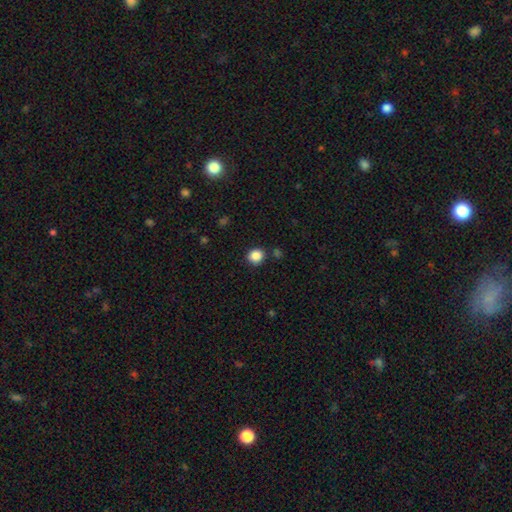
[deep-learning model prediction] smooth_or_featured: smooth (p=0.87) [alt: star or artifact p=0.10]
how_rounded: round (p=0.85) [alt: in between p=0.14]
merging: none (p=0.87) [alt: minor disturbance p=0.07]